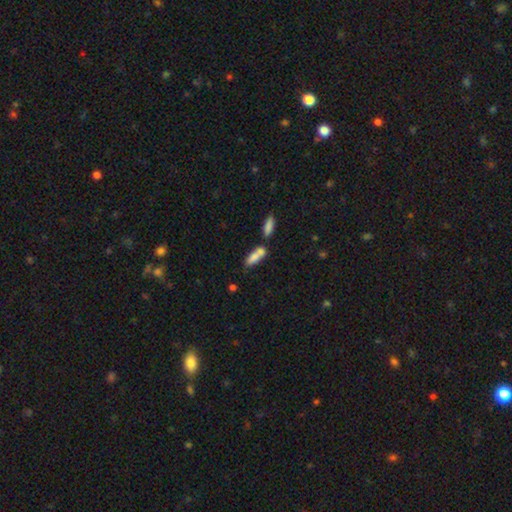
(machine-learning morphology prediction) This is likely a smooth galaxy (75%). How rounded: likely in between (62%). Merging: possibly merger (52%).